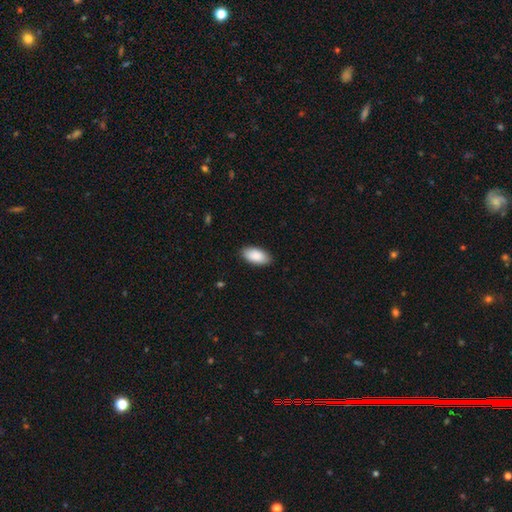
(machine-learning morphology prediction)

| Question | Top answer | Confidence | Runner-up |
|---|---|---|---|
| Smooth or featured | smooth | 90% | star or artifact (6%) |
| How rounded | in between | 94% | cigar-shaped (5%) |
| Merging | none | 88% | minor disturbance (9%) |